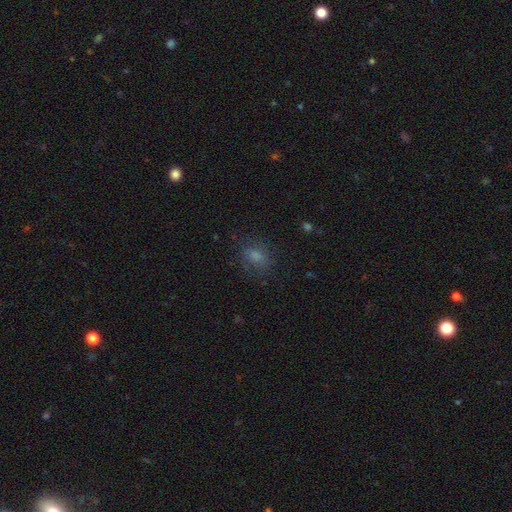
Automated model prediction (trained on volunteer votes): This appears to be a smooth galaxy with no disk features (59%) that is in between round and cigar-shaped (51%). Merging: none (76%).